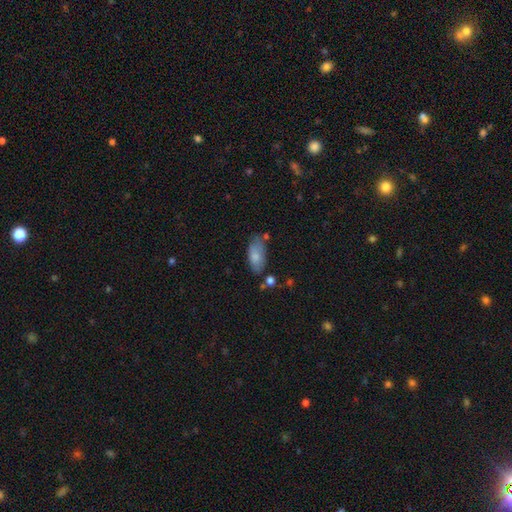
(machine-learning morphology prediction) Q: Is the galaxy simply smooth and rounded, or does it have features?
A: smooth — 78%.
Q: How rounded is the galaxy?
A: in between — 89%.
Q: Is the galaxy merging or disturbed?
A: none — 61%.